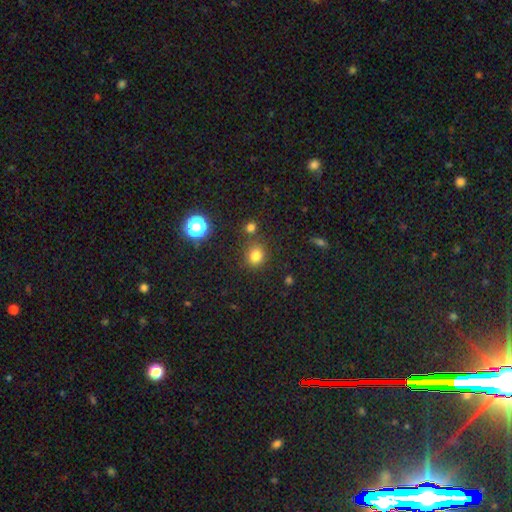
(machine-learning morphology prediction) This appears to be a smooth galaxy with no disk features (78%) that is round (84%). Merging: none (80%).